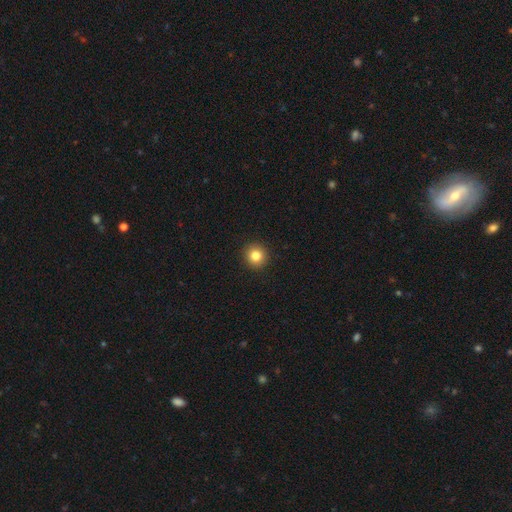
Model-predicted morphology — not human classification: smooth 82%, star or artifact 12%, featured or disk 6%. Down the decision tree: how rounded — round (94%); merging — none (93%).